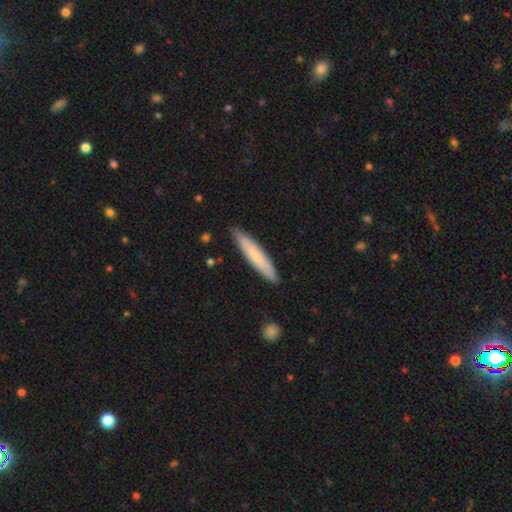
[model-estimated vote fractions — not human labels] This appears to be a smooth galaxy with no disk features (75%) that is cigar-shaped (91%). Merging: none (88%).